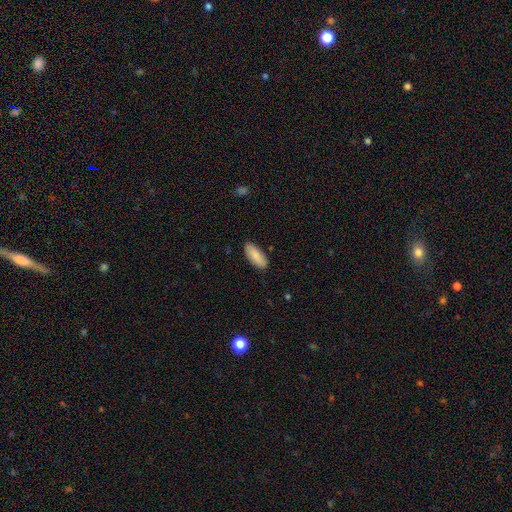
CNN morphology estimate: A smooth galaxy with no disk features (88%) that is in between round and cigar-shaped (79%).

Vote fractions:
- Smooth or featured? smooth: 88% / featured or disk: 6% / star or artifact: 6%
- How rounded? in between: 79% / cigar-shaped: 19% / round: 2%
- Merging? none: 86% / minor disturbance: 11% / major disturbance: 2% / merger: 1%